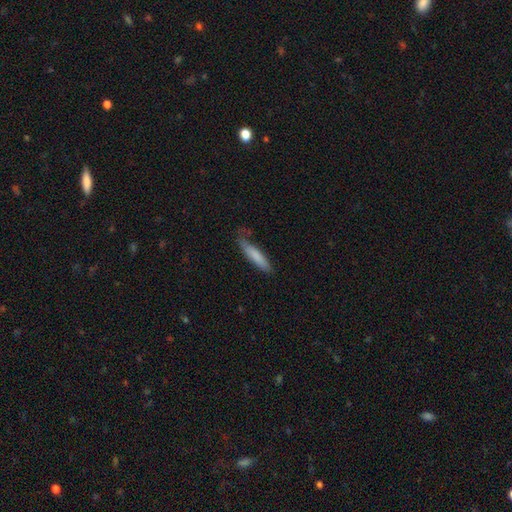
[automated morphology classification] smooth 81%, featured or disk 13%, star or artifact 6%. Down the decision tree: how rounded — cigar-shaped (81%); merging — none (61%).